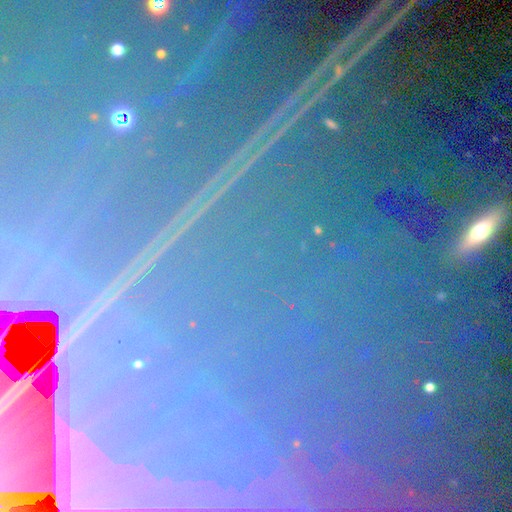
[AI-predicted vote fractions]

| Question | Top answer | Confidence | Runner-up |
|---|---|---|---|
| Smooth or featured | star or artifact | 85% | smooth (8%) |